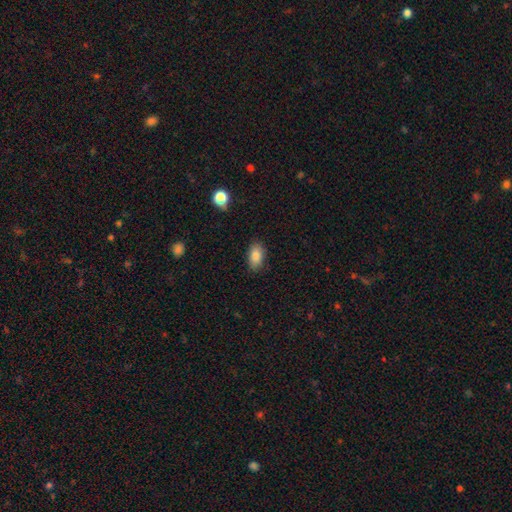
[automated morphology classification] smooth_or_featured: smooth (p=0.83) [alt: star or artifact p=0.08]
how_rounded: in between (p=0.90) [alt: round p=0.07]
merging: none (p=0.85) [alt: minor disturbance p=0.11]